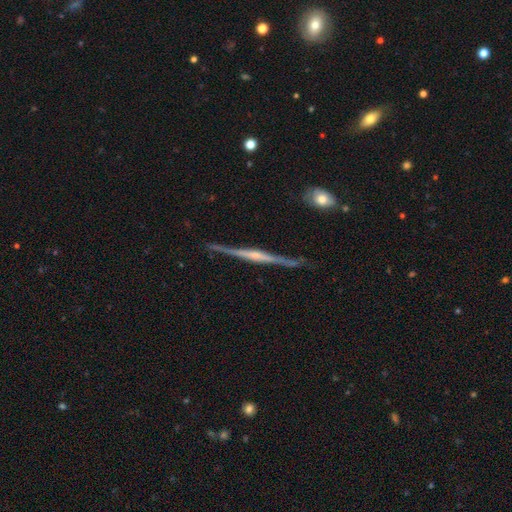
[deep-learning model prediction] This is clearly a featured or disk galaxy (83%). It is clearly viewed edge-on (98%). Edge-on bulge: possibly rounded (53%). Merging: clearly none (86%).